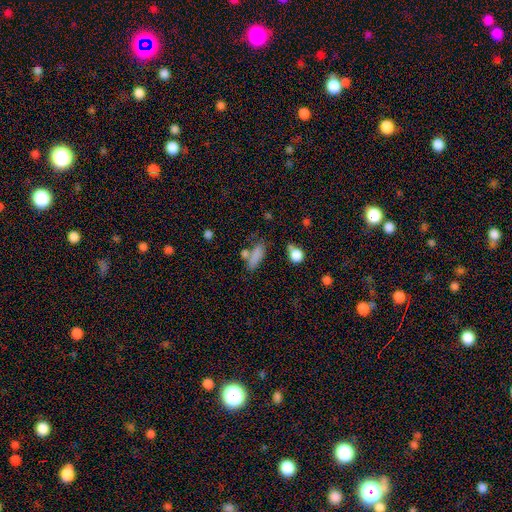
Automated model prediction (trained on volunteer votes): Q: Smooth or featured?
A: smooth (79%); runner-up: star or artifact (11%)
Q: How rounded?
A: in between (59%); runner-up: cigar-shaped (35%)
Q: Merging?
A: none (55%); runner-up: merger (20%)